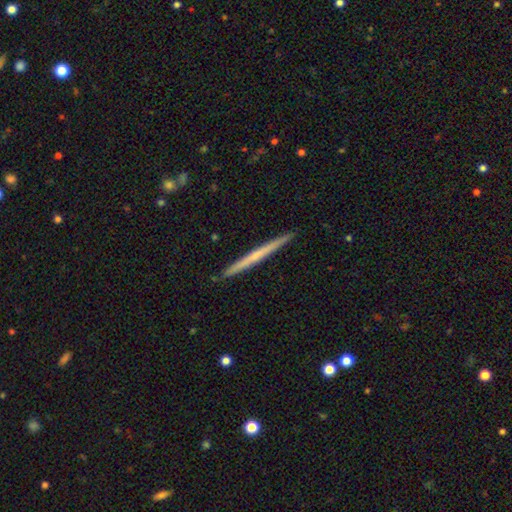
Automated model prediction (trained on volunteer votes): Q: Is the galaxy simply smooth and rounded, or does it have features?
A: featured or disk — 52%.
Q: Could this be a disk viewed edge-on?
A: yes — 98%.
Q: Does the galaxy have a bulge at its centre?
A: none — 82%.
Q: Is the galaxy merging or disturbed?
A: none — 92%.